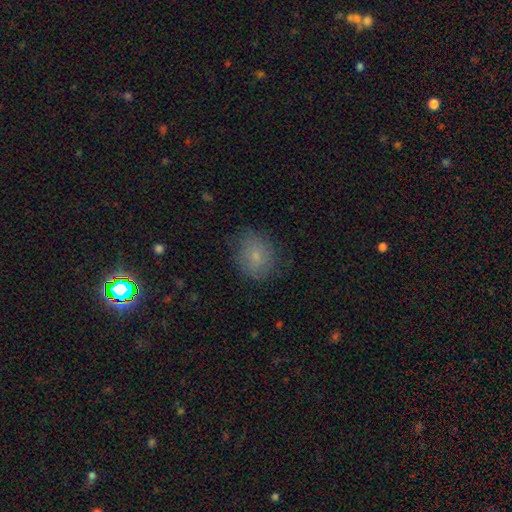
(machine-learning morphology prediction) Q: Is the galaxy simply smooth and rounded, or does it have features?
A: smooth — 76%.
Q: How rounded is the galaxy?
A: round — 63%.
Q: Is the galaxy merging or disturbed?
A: none — 74%.